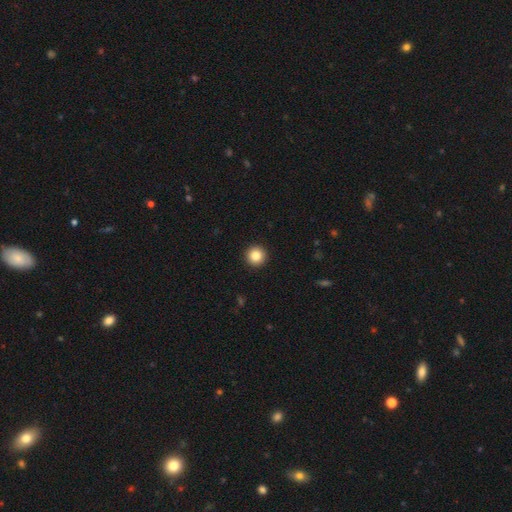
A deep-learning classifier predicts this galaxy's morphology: A smooth galaxy with no disk features (85%) that is round (96%).

Vote fractions:
- Smooth or featured? smooth: 85% / star or artifact: 10% / featured or disk: 5%
- How rounded? round: 96% / in between: 3% / cigar-shaped: 1%
- Merging? none: 94% / minor disturbance: 4% / major disturbance: 1% / merger: 1%